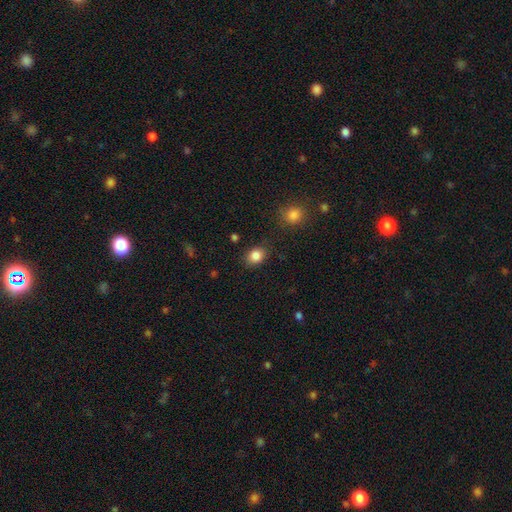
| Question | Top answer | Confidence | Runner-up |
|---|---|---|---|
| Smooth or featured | smooth | 88% | star or artifact (12%) |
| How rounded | in between | 66% | round (34%) |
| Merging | none | 80% | minor disturbance (17%) |